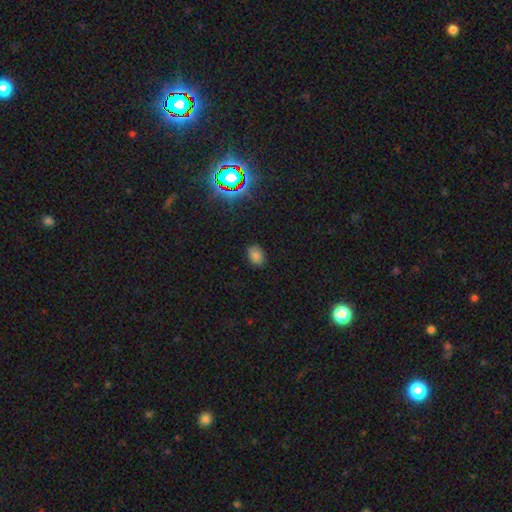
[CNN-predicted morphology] Smooth or featured: smooth — 76% (star or artifact — 17%)
How rounded: in between — 69% (round — 30%)
Merging: none — 85% (minor disturbance — 11%)